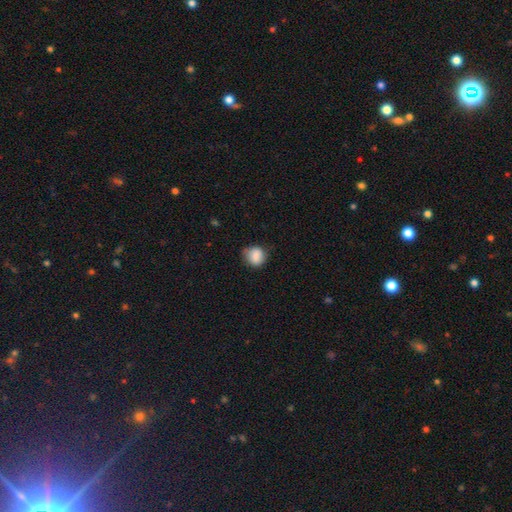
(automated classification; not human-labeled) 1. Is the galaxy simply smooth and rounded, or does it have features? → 83% smooth, 9% featured or disk, 8% star or artifact.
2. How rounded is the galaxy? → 75% round, 24% in between, 1% cigar-shaped.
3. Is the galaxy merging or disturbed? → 70% none, 23% minor disturbance, 5% major disturbance, 1% merger.